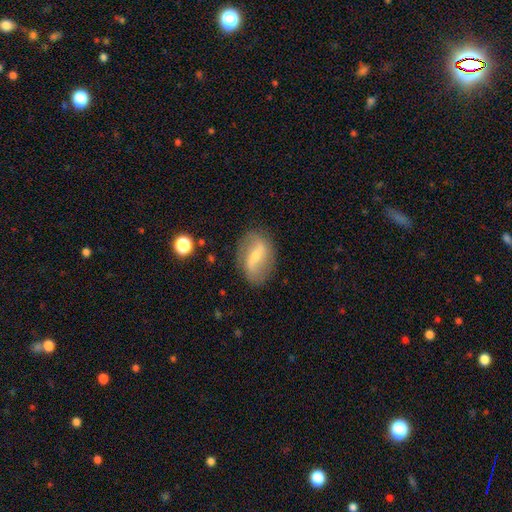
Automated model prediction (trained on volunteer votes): Smooth or featured? featured or disk (65%)
Edge-on disk? no (92%)
Bar? strong (46%)
Spiral arms? yes (71%)
Bulge size? small (57%)
Merging? none (81%)